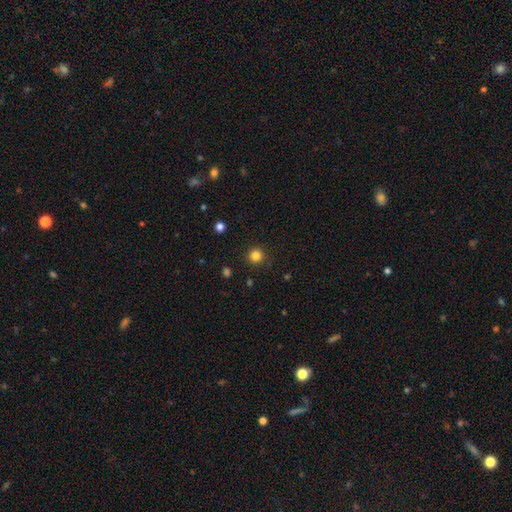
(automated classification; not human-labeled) A smooth galaxy with no disk features (82%) that is round (95%).

Vote fractions:
- Smooth or featured? smooth: 82% / star or artifact: 13% / featured or disk: 4%
- How rounded? round: 95% / in between: 4% / cigar-shaped: 1%
- Merging? none: 91% / minor disturbance: 6% / major disturbance: 2% / merger: 1%